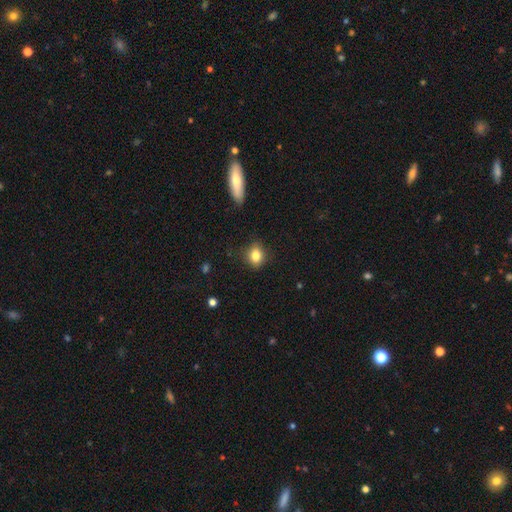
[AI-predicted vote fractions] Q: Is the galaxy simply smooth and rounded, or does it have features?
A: smooth — 82%.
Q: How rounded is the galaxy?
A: round — 57%.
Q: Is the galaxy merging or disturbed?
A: none — 79%.